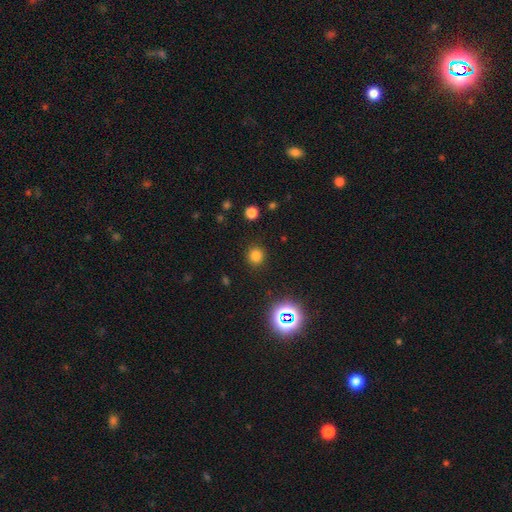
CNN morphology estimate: Smooth or featured?
  - smooth: 76% *
  - star or artifact: 19%
  - featured or disk: 5%
How rounded?
  - round: 90% *
  - in between: 9%
  - cigar-shaped: 1%
Merging?
  - none: 90% *
  - minor disturbance: 6%
  - major disturbance: 3%
  - merger: 1%